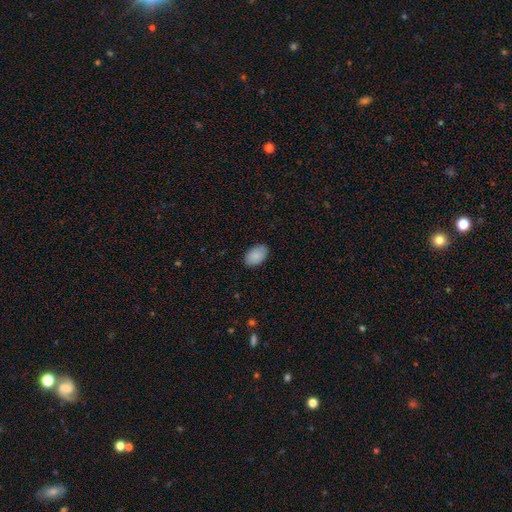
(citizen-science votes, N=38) Smooth or featured? 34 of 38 (89%) said smooth. How rounded? 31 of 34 (91%) said in between. Merging? 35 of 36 (97%) said none.